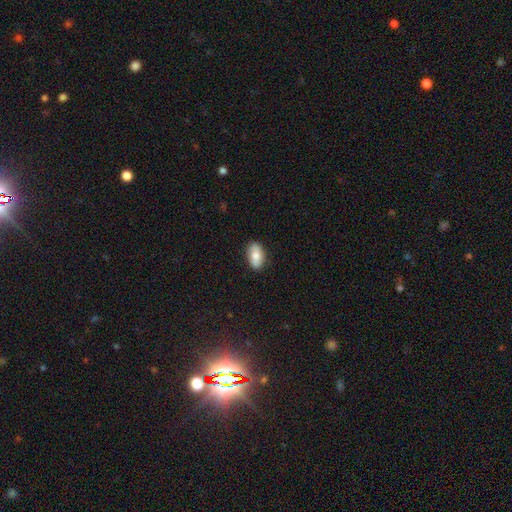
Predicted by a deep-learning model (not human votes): Smooth or featured? smooth (78%)
How rounded? in between (92%)
Merging? none (86%)